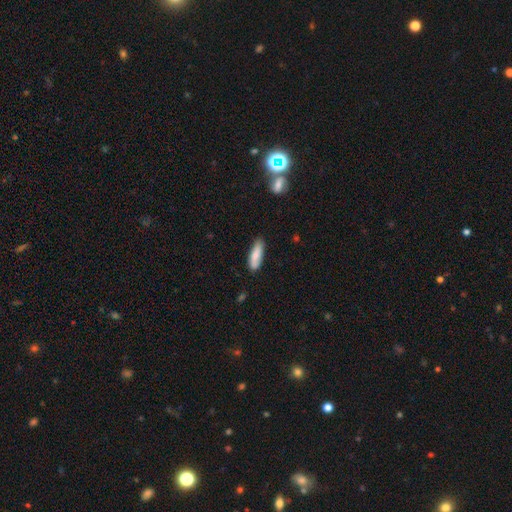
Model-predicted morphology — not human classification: A smooth galaxy with no disk features (79%) that is cigar-shaped (50%). Merging: none (79%).